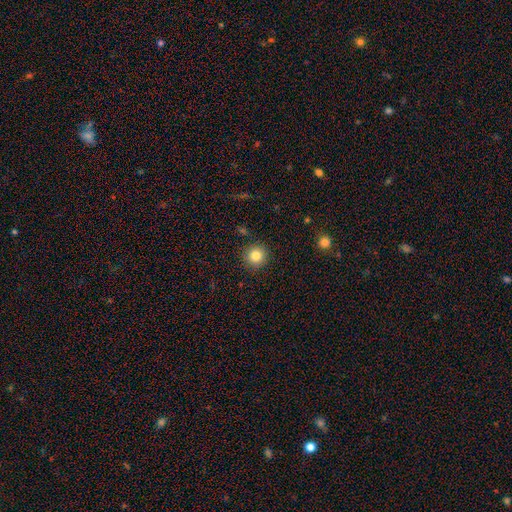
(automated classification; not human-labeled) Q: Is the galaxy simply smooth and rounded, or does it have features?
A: smooth — 84%.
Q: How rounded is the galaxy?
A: round — 94%.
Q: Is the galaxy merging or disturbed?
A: none — 90%.